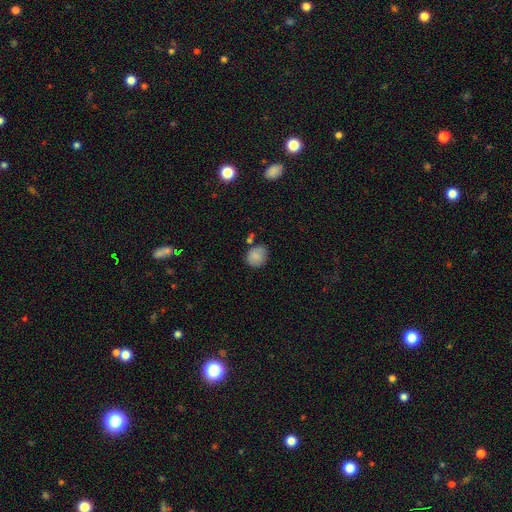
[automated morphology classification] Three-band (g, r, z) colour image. It shows a smooth galaxy with no disk features (86%) that is round (77%). Merging: none (69%).